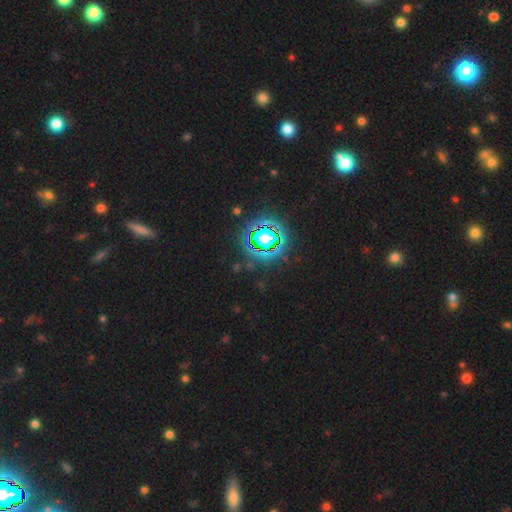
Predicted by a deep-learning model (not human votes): A star or artifact, not a galaxy (79%).